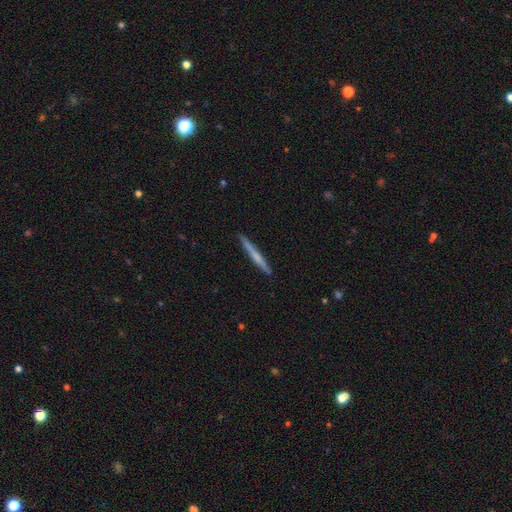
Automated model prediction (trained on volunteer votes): The model was most divided on "smooth or featured": featured or disk: 48%, smooth: 46%, star or artifact: 5%. More confident: merging — none (92%).